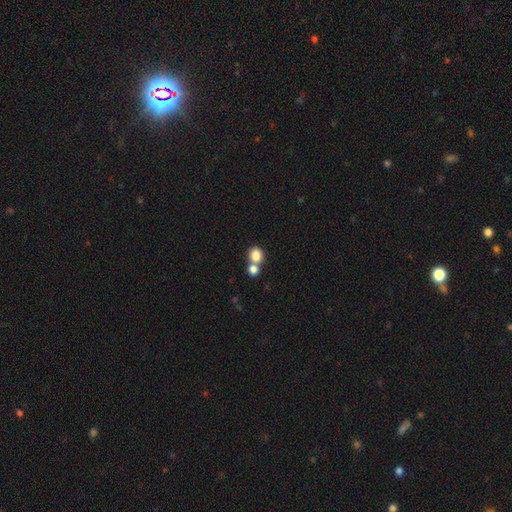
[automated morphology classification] This is clearly a smooth galaxy (83%). How rounded: likely round (72%). Merging: possibly merger (49%).